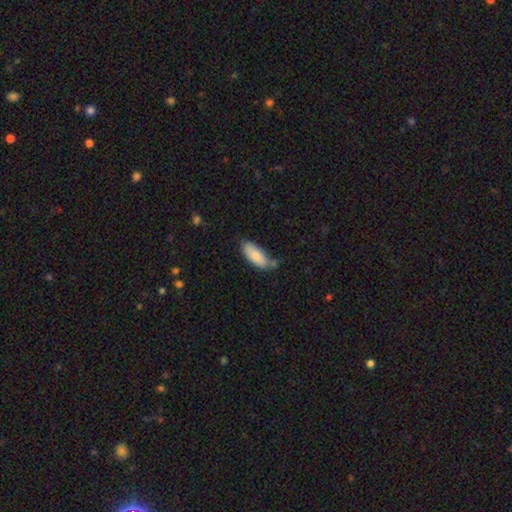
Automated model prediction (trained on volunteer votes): The model was most divided on "merging": none: 58%, minor disturbance: 26%, merger: 10%, major disturbance: 5%. More confident: smooth or featured — smooth (85%); how rounded — in between (79%).